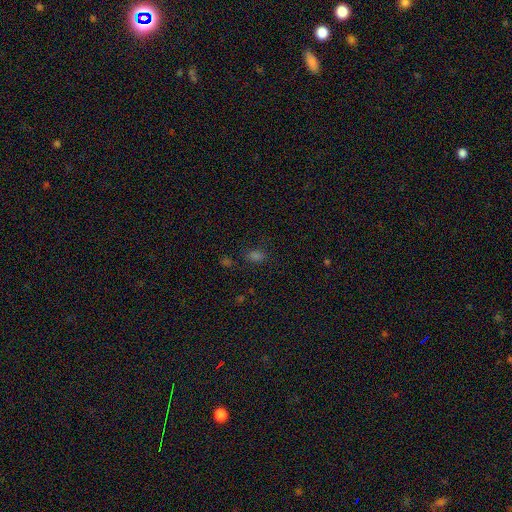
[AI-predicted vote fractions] Q: Smooth or featured?
A: smooth (63%); runner-up: star or artifact (31%)
Q: How rounded?
A: in between (81%); runner-up: round (15%)
Q: Merging?
A: none (77%); runner-up: minor disturbance (14%)